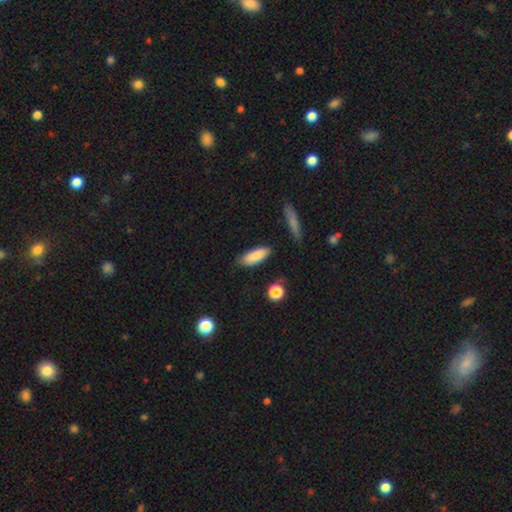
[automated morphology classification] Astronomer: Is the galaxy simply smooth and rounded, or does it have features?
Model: smooth — 85%.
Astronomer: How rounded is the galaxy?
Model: in between — 68%.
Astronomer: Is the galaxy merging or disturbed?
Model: none — 83%.